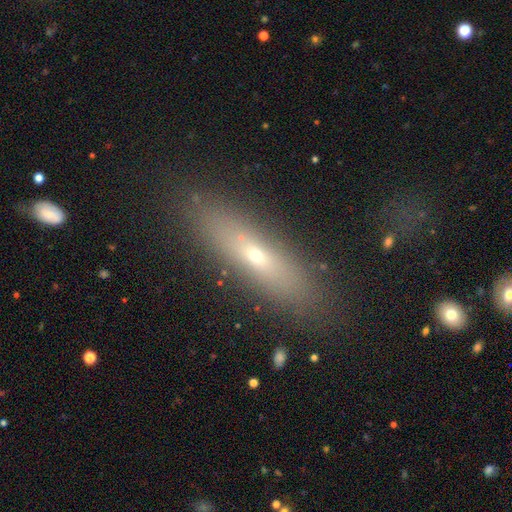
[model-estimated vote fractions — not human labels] A smooth galaxy with no disk features (49%). Merging: none (83%).